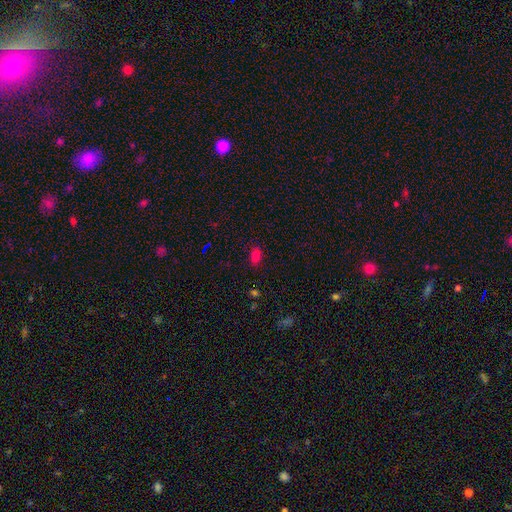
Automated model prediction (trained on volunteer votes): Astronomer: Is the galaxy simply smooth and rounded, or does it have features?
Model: smooth — 78%.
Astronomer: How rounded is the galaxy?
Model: in between — 89%.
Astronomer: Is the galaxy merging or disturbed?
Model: none — 84%.